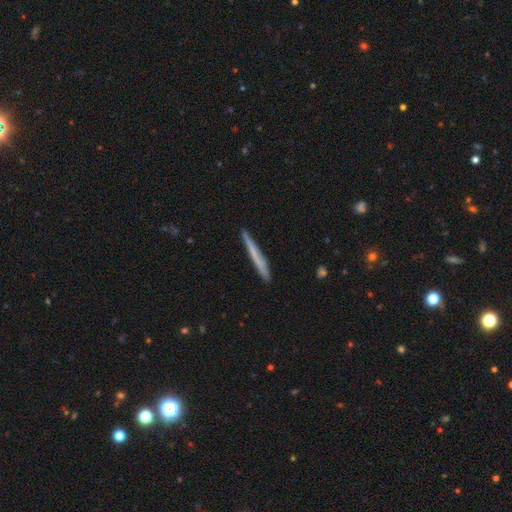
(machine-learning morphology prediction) This appears to be a smooth galaxy with no disk features (58%) that is cigar-shaped (97%). Merging: none (89%).